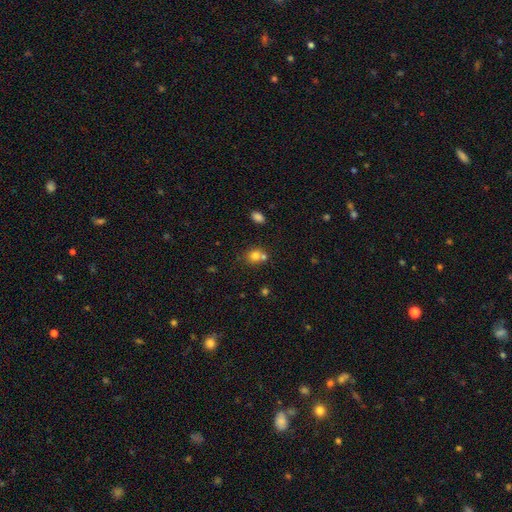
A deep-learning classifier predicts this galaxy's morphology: Smooth or featured: smooth — 76% (star or artifact — 13%)
How rounded: round — 73% (in between — 26%)
Merging: none — 46% (merger — 41%)